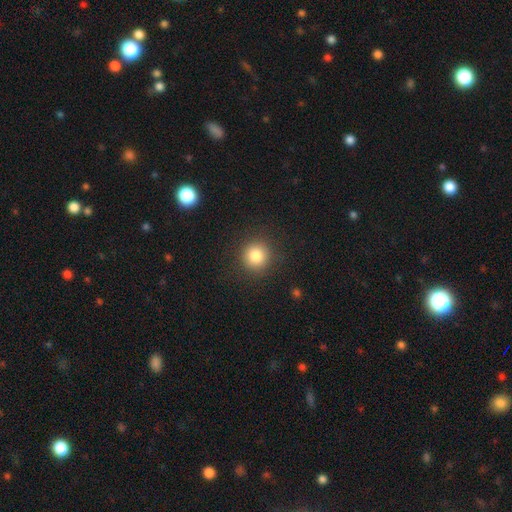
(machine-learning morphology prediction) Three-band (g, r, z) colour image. It shows a smooth galaxy with no disk features (83%) that is round (93%). Merging: none (89%).